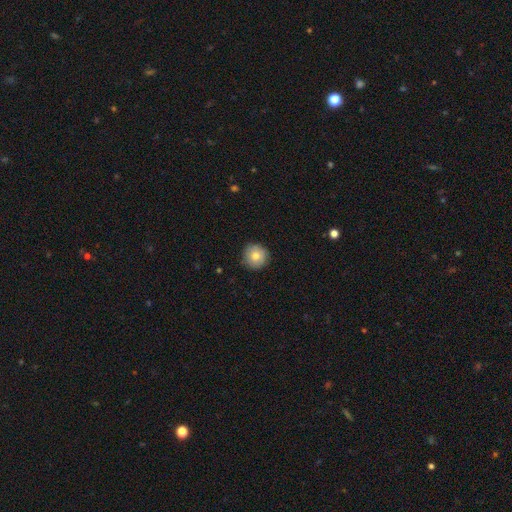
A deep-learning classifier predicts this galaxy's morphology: smooth_or_featured: smooth (p=0.79) [alt: featured or disk p=0.13]
how_rounded: round (p=0.95) [alt: in between p=0.04]
merging: none (p=0.88) [alt: minor disturbance p=0.09]